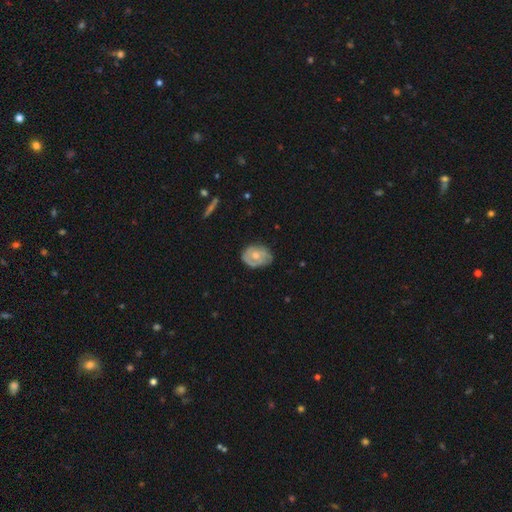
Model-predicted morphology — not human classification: smooth-or-featured: featured or disk: 53% | smooth: 40% | star or artifact: 6%
  disk-edge-on: no: 96% | yes: 4%
    bar: no: 82% | weak: 16% | strong: 3%
    has-spiral-arms: yes: 54% | no: 46%
    bulge-size: moderate: 63% | small: 29% | large: 4% | none: 2% | dominant: 1%
  merging: none: 60% | minor disturbance: 30% | major disturbance: 9% | merger: 2%